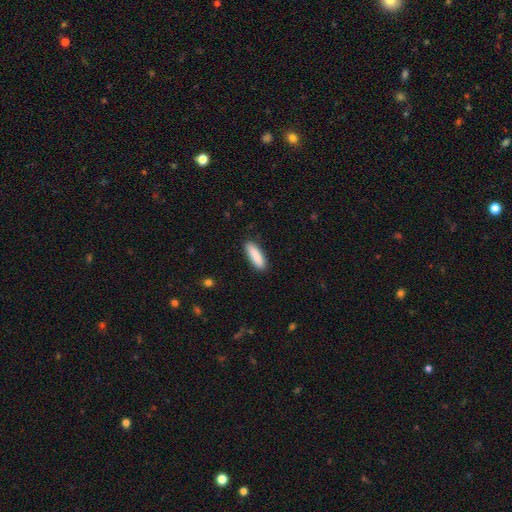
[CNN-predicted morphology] This appears to be a smooth galaxy with no disk features (89%) that is cigar-shaped (57%). Merging: none (88%).